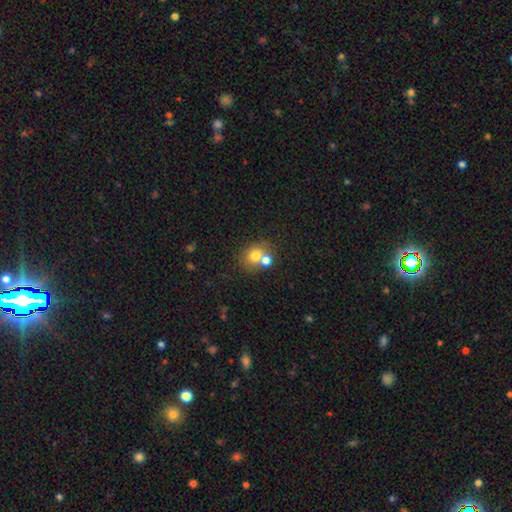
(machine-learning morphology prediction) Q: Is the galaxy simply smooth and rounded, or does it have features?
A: smooth — 73%.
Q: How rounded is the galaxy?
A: round — 69%.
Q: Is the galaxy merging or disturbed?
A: none — 44%.